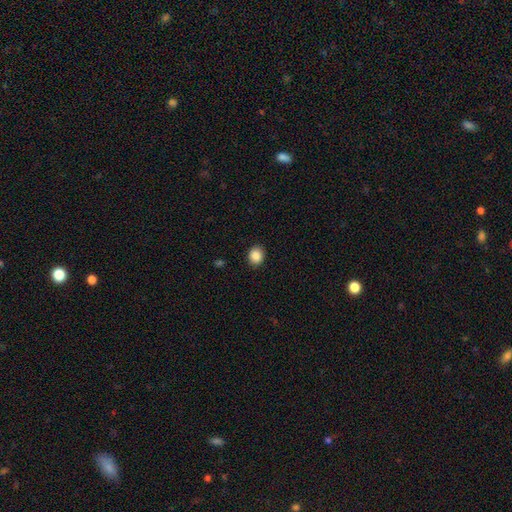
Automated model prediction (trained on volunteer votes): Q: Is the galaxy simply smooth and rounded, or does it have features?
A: smooth — 88%.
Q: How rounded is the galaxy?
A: round — 65%.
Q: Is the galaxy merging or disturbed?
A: none — 89%.